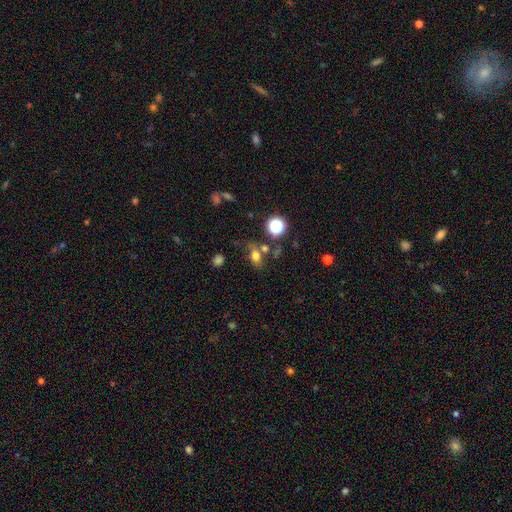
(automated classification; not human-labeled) Smooth or featured? Predicted: smooth (p=0.70). How rounded? Predicted: in between (p=0.68). Merging? Predicted: none (p=0.59).